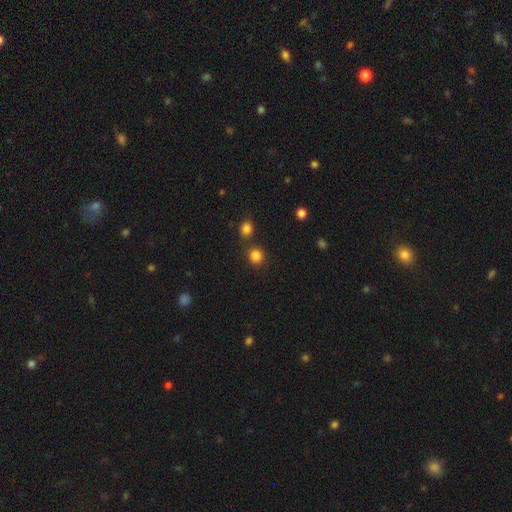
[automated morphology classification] smooth_or_featured: smooth (p=0.83) [alt: star or artifact p=0.13]
how_rounded: round (p=0.90) [alt: in between p=0.09]
merging: none (p=0.78) [alt: merger p=0.12]